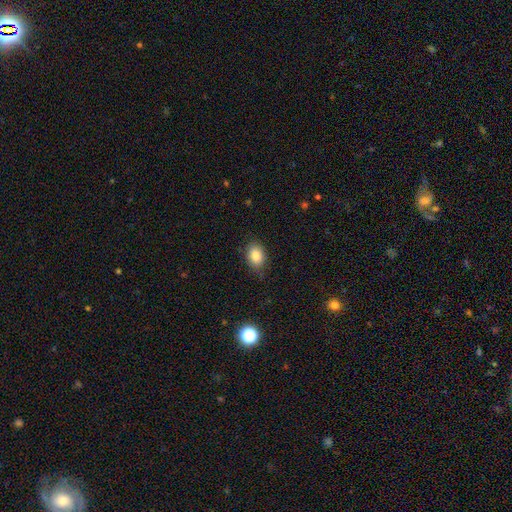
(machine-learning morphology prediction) smooth_or_featured: smooth (p=0.84) [alt: star or artifact p=0.09]
how_rounded: in between (p=0.78) [alt: round p=0.21]
merging: none (p=0.79) [alt: minor disturbance p=0.16]